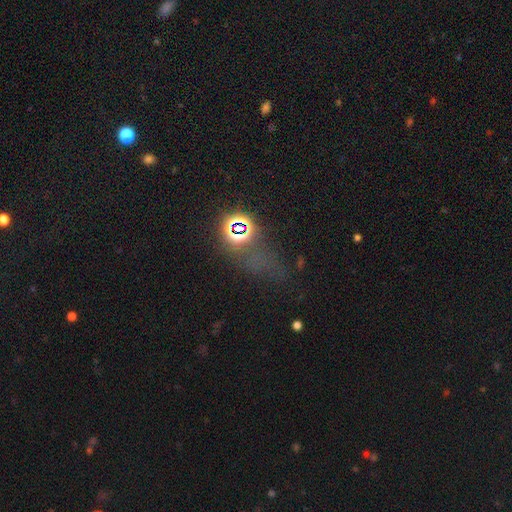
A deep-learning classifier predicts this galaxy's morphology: Q: Smooth or featured?
A: star or artifact (57%); runner-up: smooth (26%)